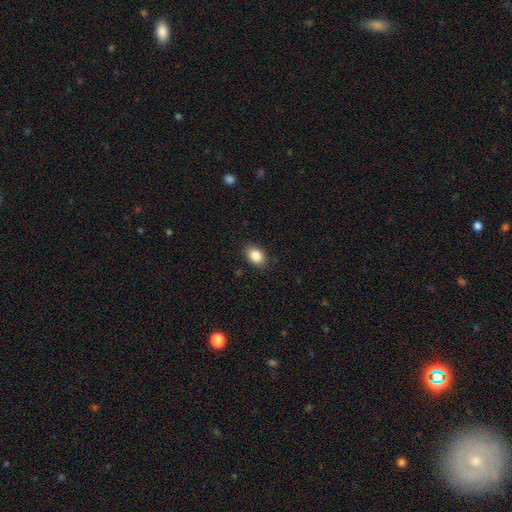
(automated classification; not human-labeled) Q: Smooth or featured?
A: smooth (86%); runner-up: star or artifact (8%)
Q: How rounded?
A: in between (83%); runner-up: round (16%)
Q: Merging?
A: none (88%); runner-up: minor disturbance (9%)